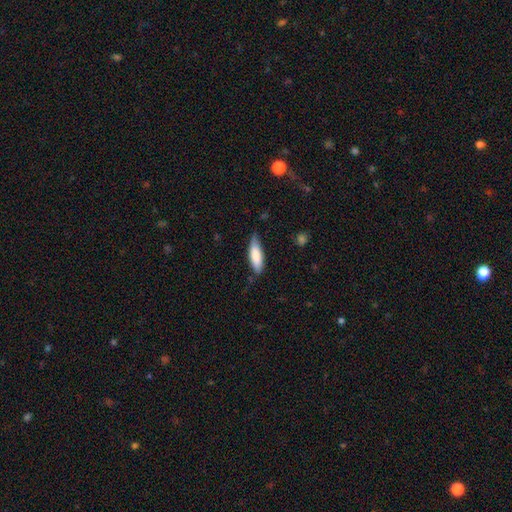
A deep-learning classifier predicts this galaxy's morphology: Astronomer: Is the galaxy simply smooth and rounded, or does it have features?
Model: smooth — 80%.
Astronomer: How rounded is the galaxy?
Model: cigar-shaped — 49%, tied with in between at 49%.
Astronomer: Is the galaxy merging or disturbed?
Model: none — 71%.